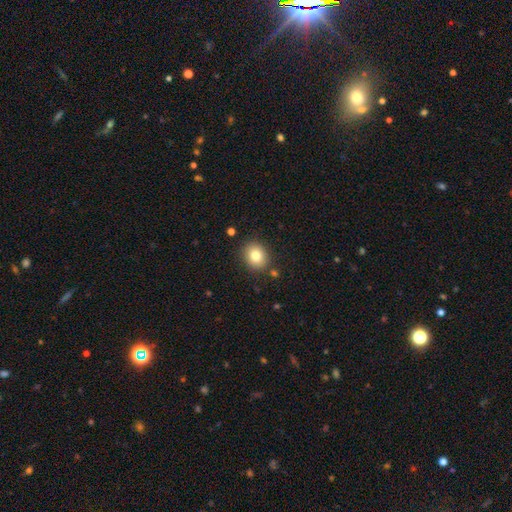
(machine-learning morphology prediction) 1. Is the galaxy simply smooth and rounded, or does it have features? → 81% smooth, 10% star or artifact, 9% featured or disk.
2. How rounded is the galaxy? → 68% round, 32% in between, 1% cigar-shaped.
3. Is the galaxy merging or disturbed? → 86% none, 9% minor disturbance, 3% merger, 3% major disturbance.